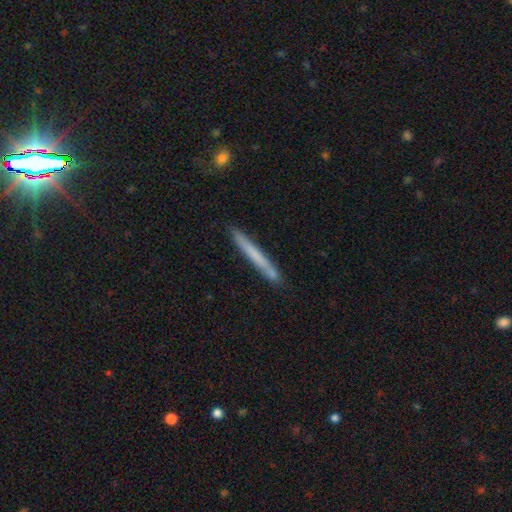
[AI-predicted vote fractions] smooth 61%, featured or disk 33%, star or artifact 6%. Down the decision tree: how rounded — cigar-shaped (97%); merging — none (85%).